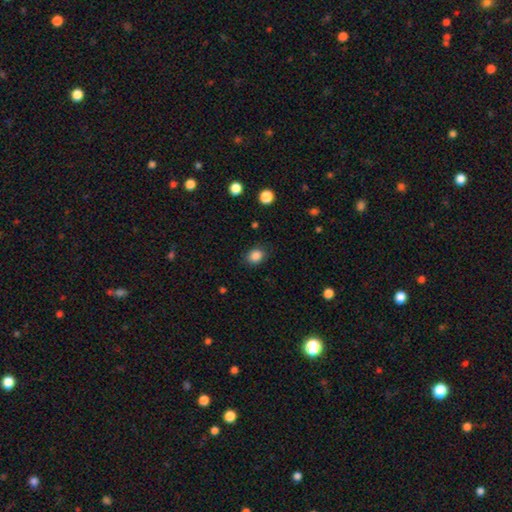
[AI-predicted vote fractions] Smooth or featured?
  - smooth: 86% *
  - star or artifact: 10%
  - featured or disk: 4%
How rounded?
  - round: 50% *
  - in between: 49%
  - cigar-shaped: 1%
Merging?
  - none: 83% *
  - minor disturbance: 12%
  - major disturbance: 3%
  - merger: 1%